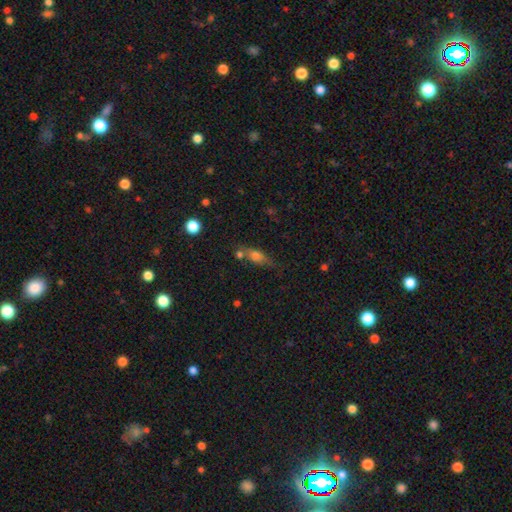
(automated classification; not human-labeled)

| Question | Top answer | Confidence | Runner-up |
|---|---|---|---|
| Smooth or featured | smooth | 66% | featured or disk (21%) |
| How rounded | in between | 62% | cigar-shaped (30%) |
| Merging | none | 54% | minor disturbance (19%) |